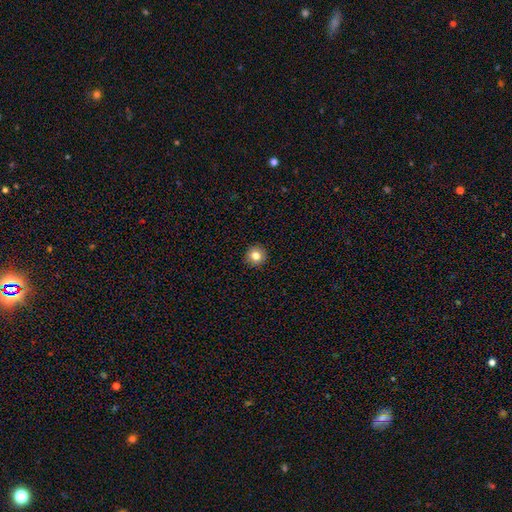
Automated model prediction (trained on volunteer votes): Smooth or featured?
  - smooth: 81% *
  - star or artifact: 11%
  - featured or disk: 8%
How rounded?
  - round: 95% *
  - in between: 4%
  - cigar-shaped: 1%
Merging?
  - none: 93% *
  - minor disturbance: 5%
  - major disturbance: 2%
  - merger: 1%